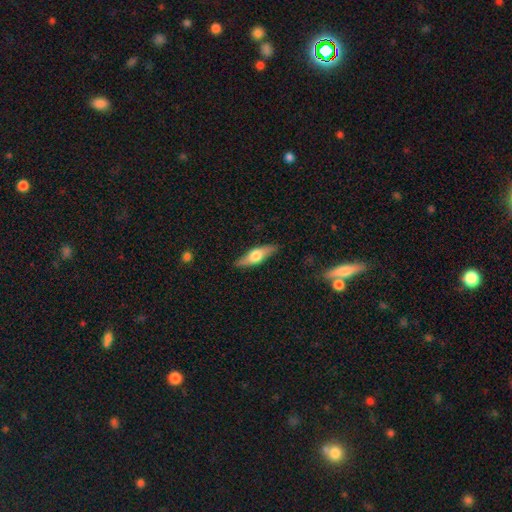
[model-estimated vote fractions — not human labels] This appears to be a featured or disk galaxy (47%, tied with smooth). Merging: none (85%).